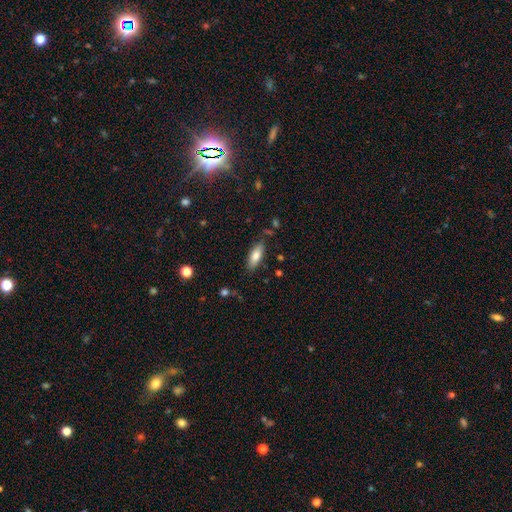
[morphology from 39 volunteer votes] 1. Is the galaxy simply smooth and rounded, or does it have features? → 74% smooth, 15% featured or disk, 10% star or artifact.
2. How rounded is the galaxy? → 59% in between, 41% cigar-shaped, 0% round.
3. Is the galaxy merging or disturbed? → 86% none, 14% minor disturbance, 0% major disturbance, 0% merger.